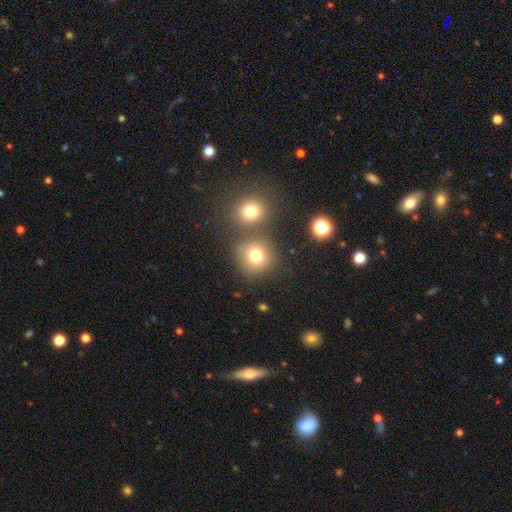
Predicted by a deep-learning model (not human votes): A smooth galaxy with no disk features (76%) that is round (89%). Merging: none (65%).